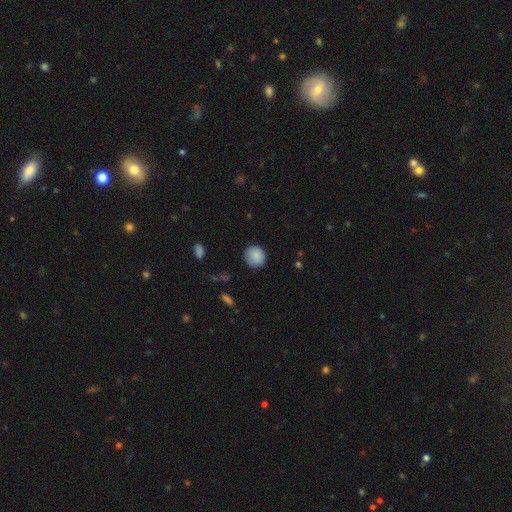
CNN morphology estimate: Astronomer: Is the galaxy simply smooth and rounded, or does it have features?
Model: smooth — 88%.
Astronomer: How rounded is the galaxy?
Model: round — 86%.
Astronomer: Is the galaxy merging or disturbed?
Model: none — 84%.